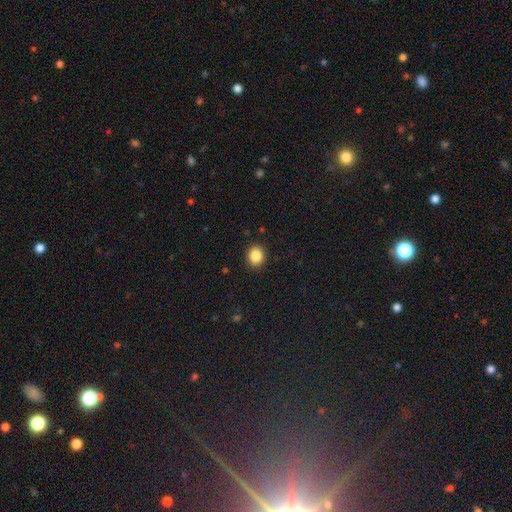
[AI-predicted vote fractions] This appears to be a smooth galaxy with no disk features (86%) that is round (72%). Merging: none (90%).